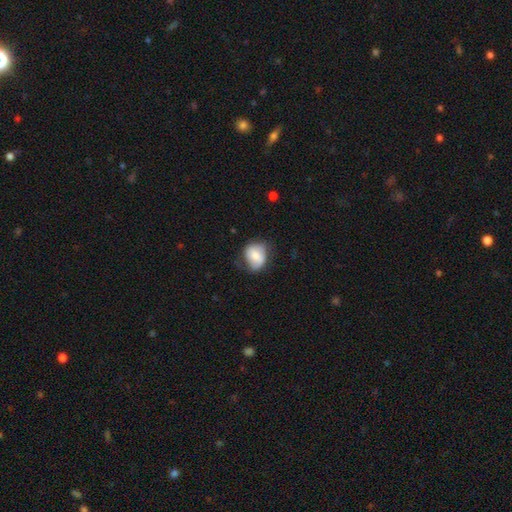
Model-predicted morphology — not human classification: Q: Smooth or featured?
A: smooth (65%); runner-up: featured or disk (27%)
Q: How rounded?
A: round (51%); runner-up: in between (48%)
Q: Merging?
A: none (54%); runner-up: minor disturbance (32%)